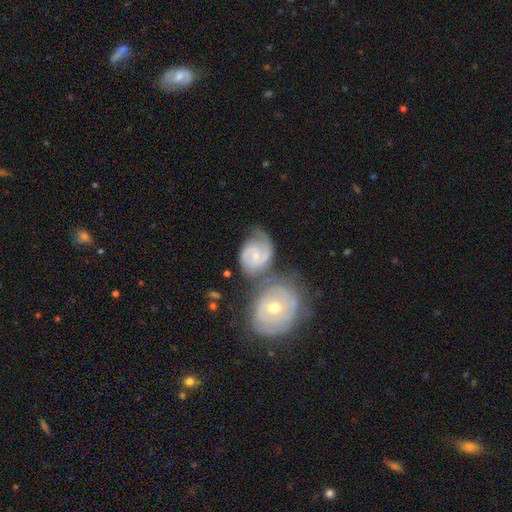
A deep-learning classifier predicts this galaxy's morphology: Smooth or featured: featured or disk — 81% (smooth — 14%)
Edge-on disk: no — 98% (yes — 2%)
Bar: no — 51% (weak — 42%)
Spiral arms: yes — 95% (no — 5%)
Spiral winding: medium — 47% (tight — 38%)
Spiral arm count: 2 — 78% (can't tell — 8%)
Bulge size: small — 65% (moderate — 28%)
Merging: merger — 38% (none — 37%)